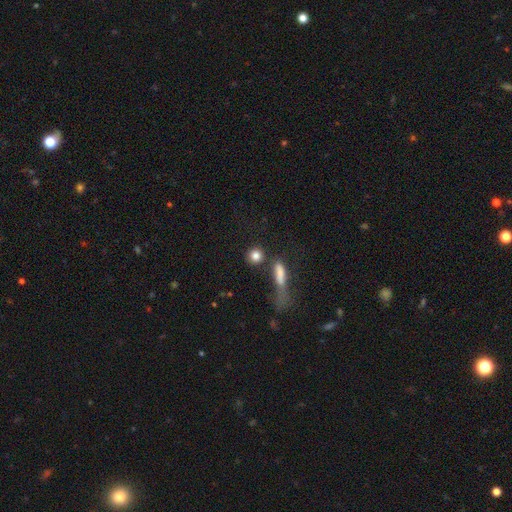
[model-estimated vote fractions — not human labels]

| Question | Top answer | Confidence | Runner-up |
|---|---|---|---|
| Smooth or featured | smooth | 83% | star or artifact (9%) |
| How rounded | round | 83% | in between (11%) |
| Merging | none | 75% | merger (10%) |